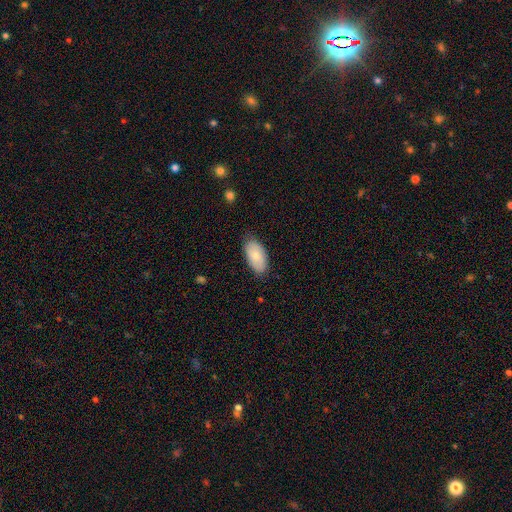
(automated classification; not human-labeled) smooth_or_featured: smooth (p=0.76) [alt: featured or disk p=0.18]
how_rounded: in between (p=0.95) [alt: round p=0.03]
merging: none (p=0.77) [alt: minor disturbance p=0.19]